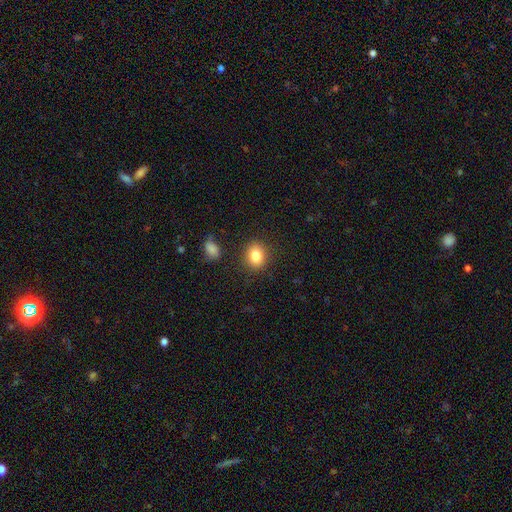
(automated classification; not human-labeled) Morphology: type=smooth (83%); roundness=round (51%); merging=none (85%).